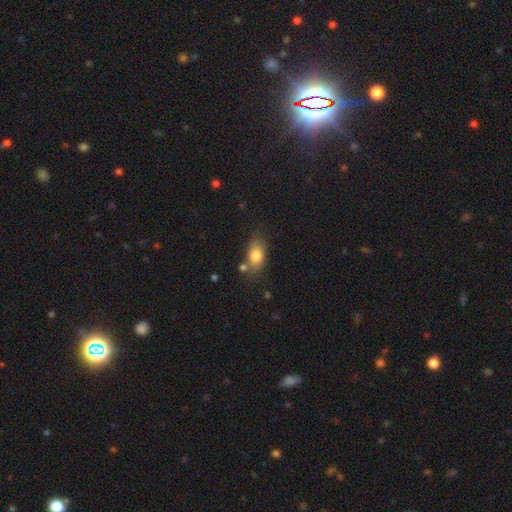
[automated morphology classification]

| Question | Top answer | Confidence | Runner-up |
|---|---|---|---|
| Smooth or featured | smooth | 79% | featured or disk (12%) |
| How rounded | in between | 81% | round (12%) |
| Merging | none | 67% | minor disturbance (19%) |